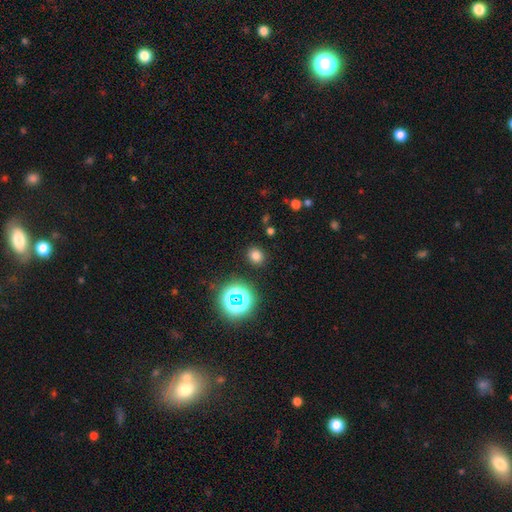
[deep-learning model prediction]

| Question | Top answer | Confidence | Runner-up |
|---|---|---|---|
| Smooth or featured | smooth | 74% | star or artifact (21%) |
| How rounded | round | 73% | in between (26%) |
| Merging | none | 88% | minor disturbance (7%) |